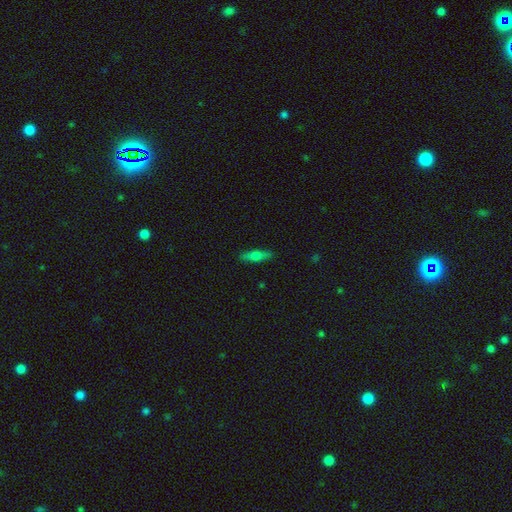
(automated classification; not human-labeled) smooth 60%, featured or disk 32%, star or artifact 7%. Down the decision tree: how rounded — cigar-shaped (64%); merging — none (88%).